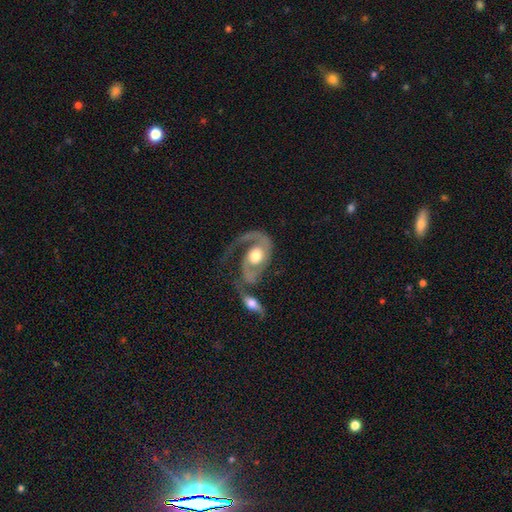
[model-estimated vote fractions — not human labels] smooth_or_featured: featured or disk (p=0.86) [alt: smooth p=0.10]
disk_edge_on: no (p=0.97) [alt: yes p=0.03]
bar: no (p=0.72) [alt: weak p=0.22]
has_spiral_arms: yes (p=0.94) [alt: no p=0.06]
spiral_winding: medium (p=0.43) [alt: loose p=0.31]
spiral_arm_count: 1 (p=0.50) [alt: 2 p=0.43]
bulge_size: moderate (p=0.66) [alt: large p=0.23]
merging: merger (p=0.35) [alt: major disturbance p=0.27]